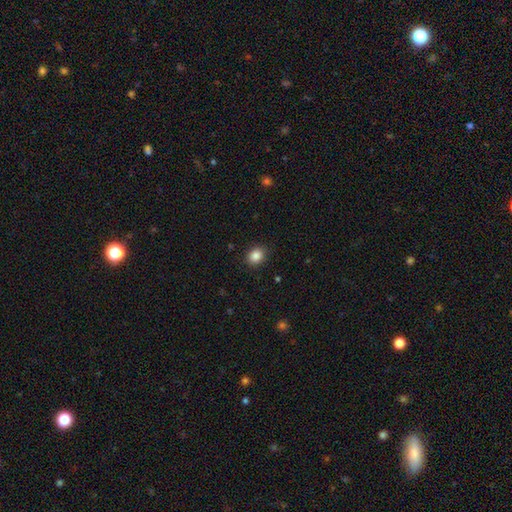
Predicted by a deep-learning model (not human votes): Smooth or featured: smooth — 86% (star or artifact — 10%)
How rounded: round — 56% (in between — 43%)
Merging: none — 89% (minor disturbance — 7%)